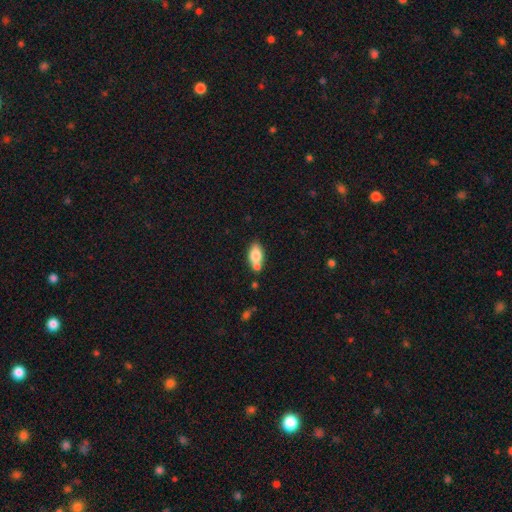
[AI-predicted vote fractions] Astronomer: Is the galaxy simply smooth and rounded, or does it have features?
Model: smooth — 75%.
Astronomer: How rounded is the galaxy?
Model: in between — 88%.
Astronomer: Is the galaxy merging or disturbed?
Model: none — 53%.